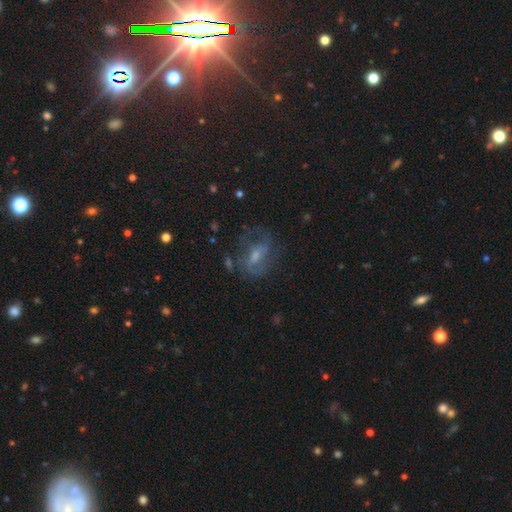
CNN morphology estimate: A featured or disk galaxy (61%) with a weak bar (47%), spiral arms (71%) and a moderate central bulge (44%). Merging: none (56%).